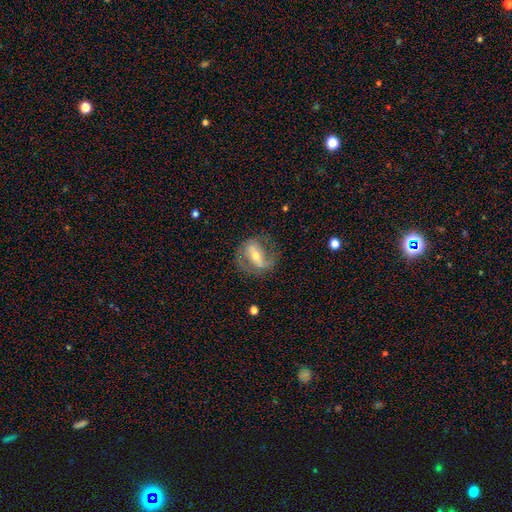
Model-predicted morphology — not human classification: Q: Smooth or featured?
A: featured or disk (79%); runner-up: smooth (15%)
Q: Edge-on disk?
A: no (94%); runner-up: yes (6%)
Q: Bar?
A: strong (57%); runner-up: weak (29%)
Q: Spiral arms?
A: yes (83%); runner-up: no (17%)
Q: Spiral winding?
A: medium (46%); runner-up: tight (28%)
Q: Spiral arm count?
A: 2 (81%); runner-up: can't tell (9%)
Q: Bulge size?
A: moderate (51%); runner-up: small (43%)
Q: Merging?
A: none (68%); runner-up: minor disturbance (17%)